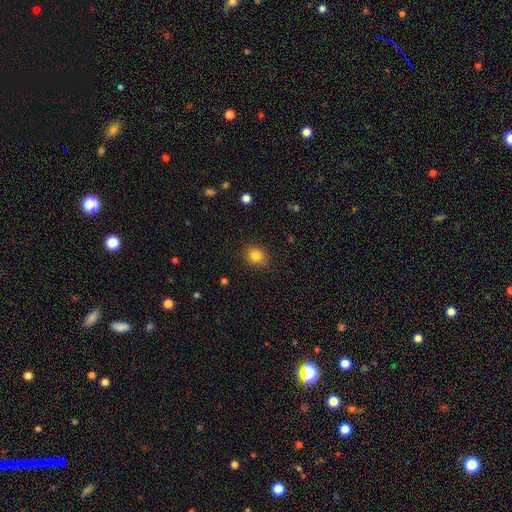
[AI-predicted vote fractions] Smooth or featured? Predicted: smooth (p=0.84). How rounded? Predicted: round (p=0.66). Merging? Predicted: none (p=0.86).